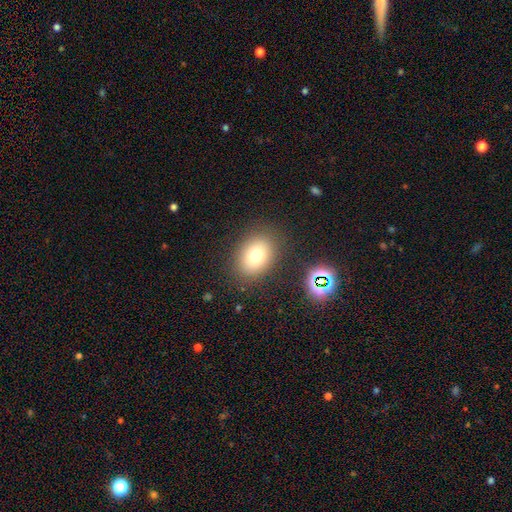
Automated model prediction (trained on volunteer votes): Smooth or featured? Predicted: smooth (p=0.76). How rounded? Predicted: in between (p=0.69). Merging? Predicted: none (p=0.85).